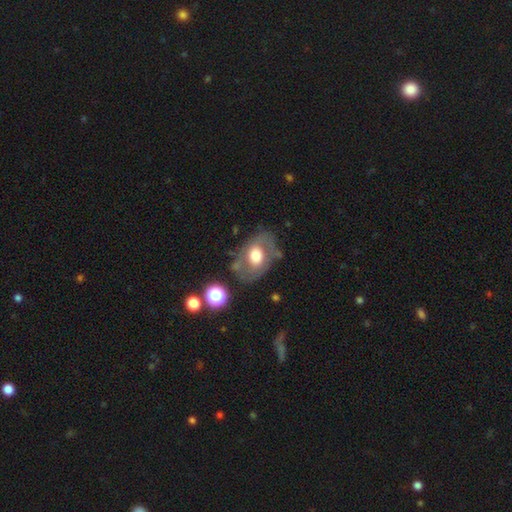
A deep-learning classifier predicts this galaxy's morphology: Smooth or featured: featured or disk — 46% (tied with smooth — 46%)
Merging: none — 57% (minor disturbance — 23%)